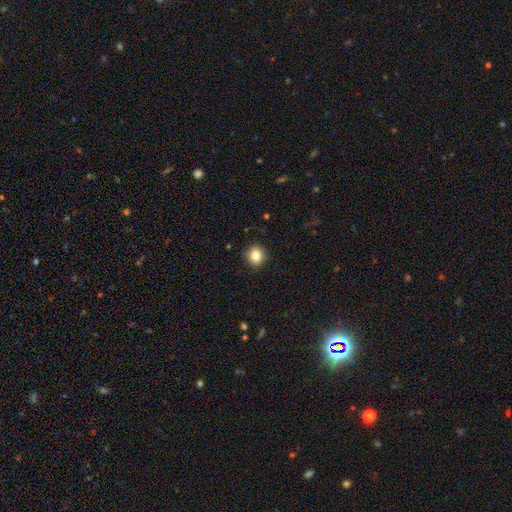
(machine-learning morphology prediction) smooth-or-featured: smooth: 84% | star or artifact: 10% | featured or disk: 6%
  how-rounded: round: 80% | in between: 19% | cigar-shaped: 1%
  merging: none: 89% | minor disturbance: 8% | major disturbance: 2% | merger: 1%